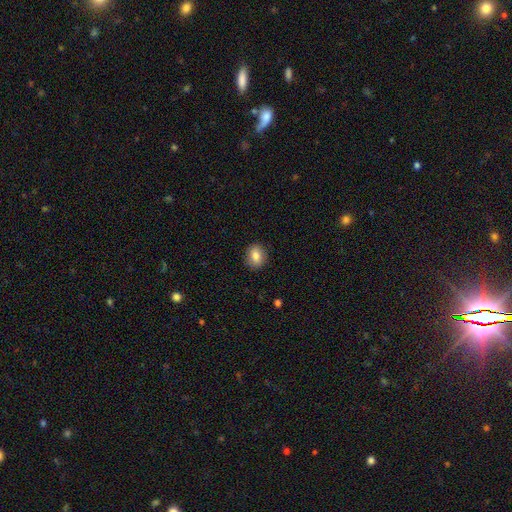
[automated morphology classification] A smooth galaxy with no disk features (83%) that is round (54%). Merging: none (89%).